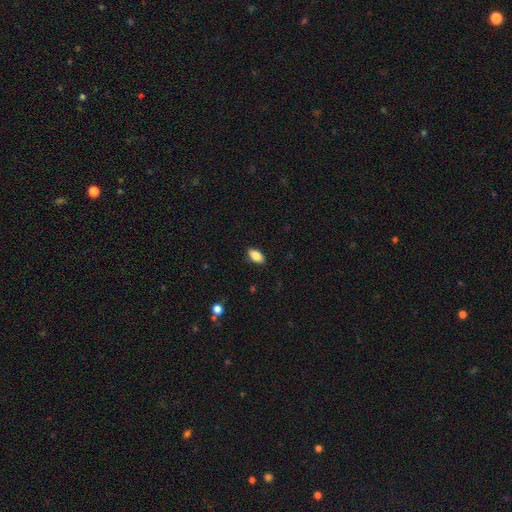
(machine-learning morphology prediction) Smooth or featured? Predicted: smooth (p=0.84). How rounded? Predicted: in between (p=0.90). Merging? Predicted: none (p=0.86).